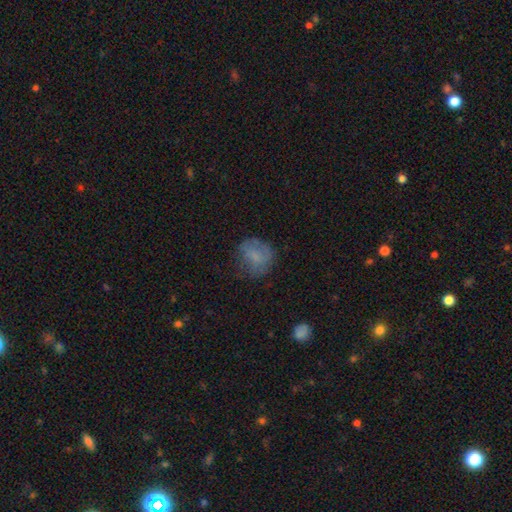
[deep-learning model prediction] Smooth or featured?
  - smooth: 65% *
  - featured or disk: 24%
  - star or artifact: 11%
How rounded?
  - round: 69% *
  - in between: 30%
  - cigar-shaped: 1%
Merging?
  - none: 57% *
  - minor disturbance: 25%
  - major disturbance: 16%
  - merger: 2%